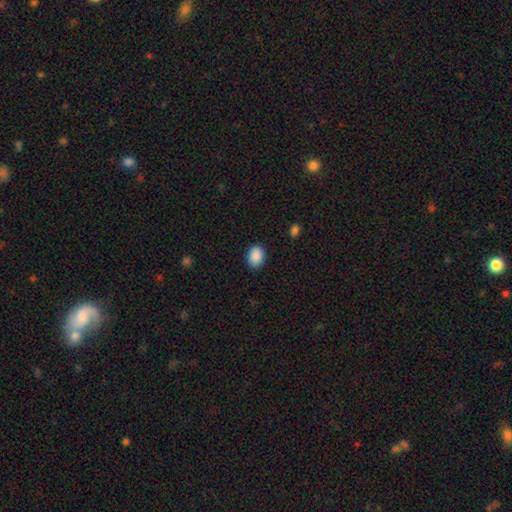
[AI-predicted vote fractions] This appears to be a smooth galaxy with no disk features (90%) that is in between round and cigar-shaped (69%). Merging: none (87%).